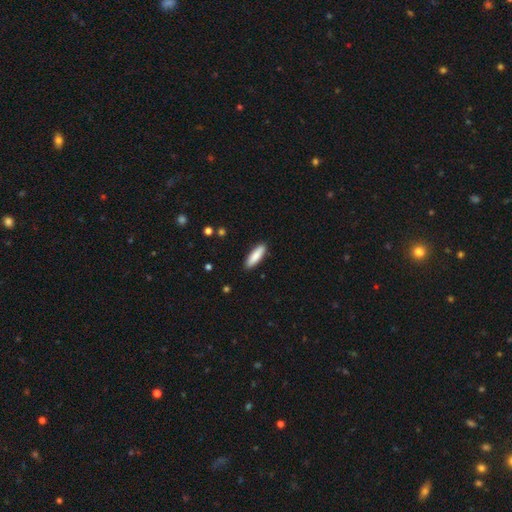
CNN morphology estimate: Smooth or featured? smooth (86%)
How rounded? cigar-shaped (57%)
Merging? none (89%)